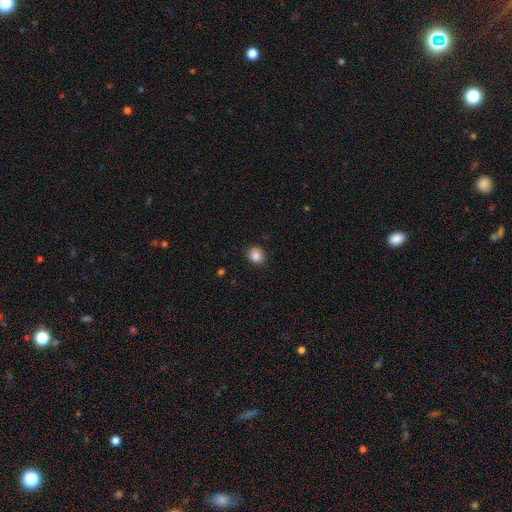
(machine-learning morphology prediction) smooth_or_featured: smooth (p=0.86) [alt: star or artifact p=0.10]
how_rounded: round (p=0.78) [alt: in between p=0.21]
merging: none (p=0.88) [alt: minor disturbance p=0.08]